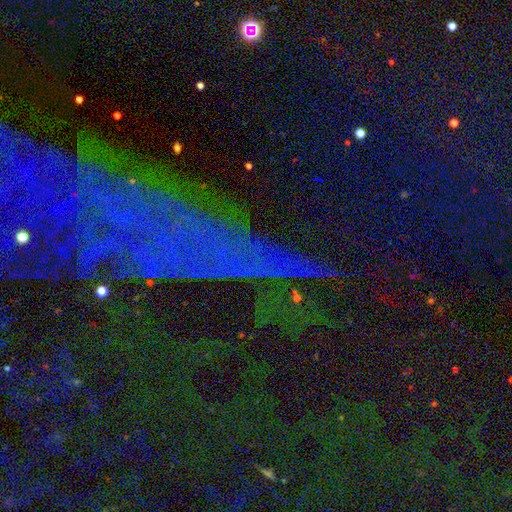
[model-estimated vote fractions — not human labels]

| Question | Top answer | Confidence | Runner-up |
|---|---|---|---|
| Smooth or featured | star or artifact | 83% | featured or disk (9%) |